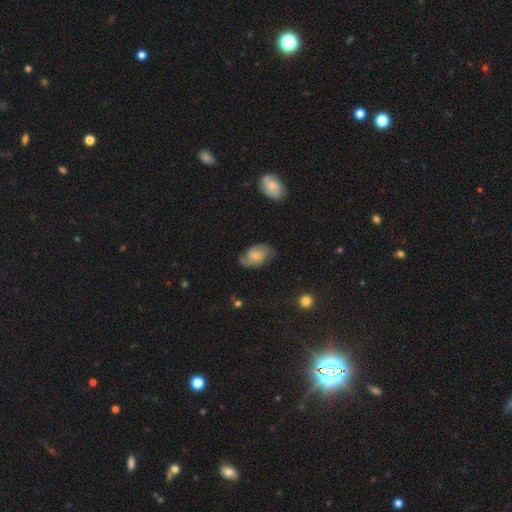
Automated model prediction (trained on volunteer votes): smooth_or_featured: featured or disk (p=0.49) [alt: smooth p=0.43]
merging: none (p=0.60) [alt: minor disturbance p=0.28]